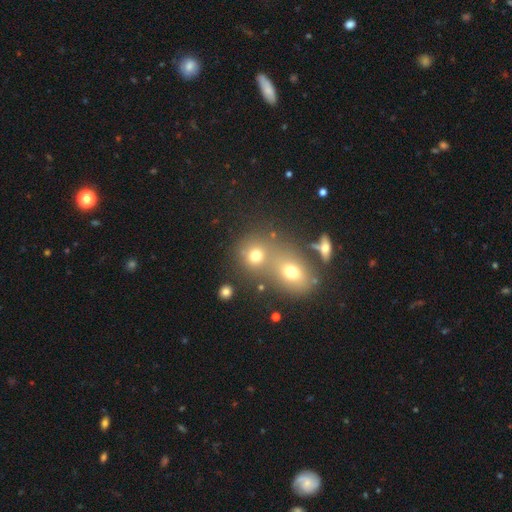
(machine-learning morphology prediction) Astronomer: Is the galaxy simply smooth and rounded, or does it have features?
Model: smooth — 71%.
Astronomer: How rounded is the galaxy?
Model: round — 77%.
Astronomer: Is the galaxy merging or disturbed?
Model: merger — 46% (runner-up: none, 43%).